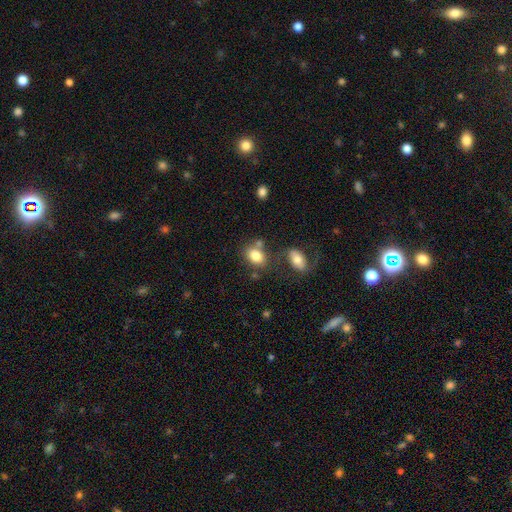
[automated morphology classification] Smooth or featured? Predicted: smooth (p=0.82). How rounded? Predicted: in between (p=0.75). Merging? Predicted: none (p=0.61).